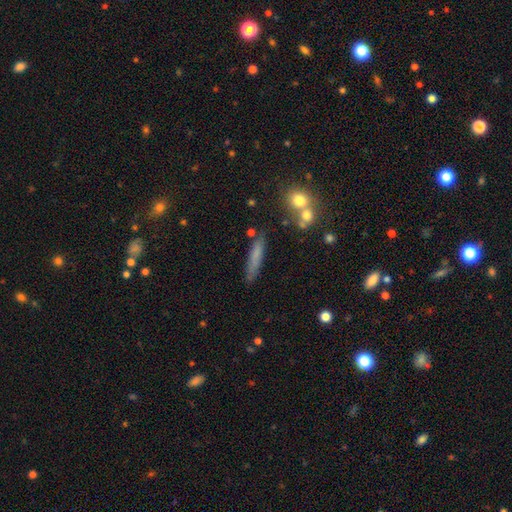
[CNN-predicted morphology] smooth-or-featured: smooth: 70% | featured or disk: 22% | star or artifact: 9%
  how-rounded: cigar-shaped: 89% | in between: 9% | round: 2%
  merging: none: 79% | minor disturbance: 13% | merger: 5% | major disturbance: 3%